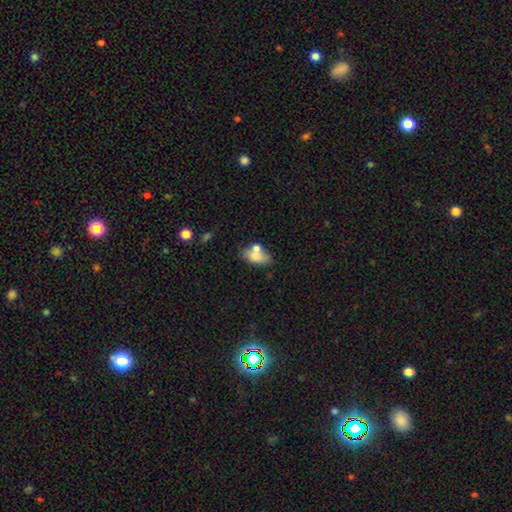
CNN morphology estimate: Overall: smooth (72%). How rounded: in between (86%). Merging: none (48%; merger 30%).